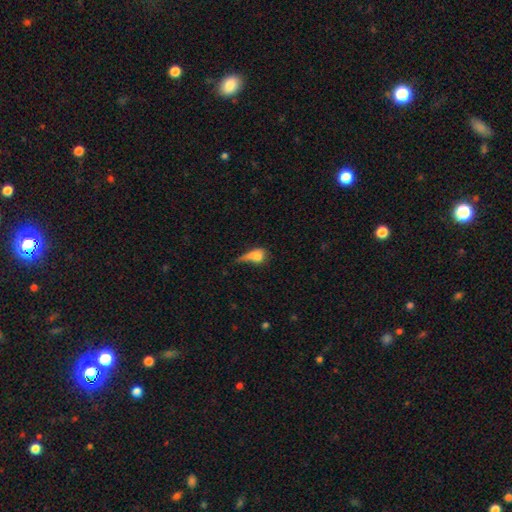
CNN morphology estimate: A smooth galaxy with no disk features (69%) that is in between round and cigar-shaped (64%). Merging: major disturbance (41%).